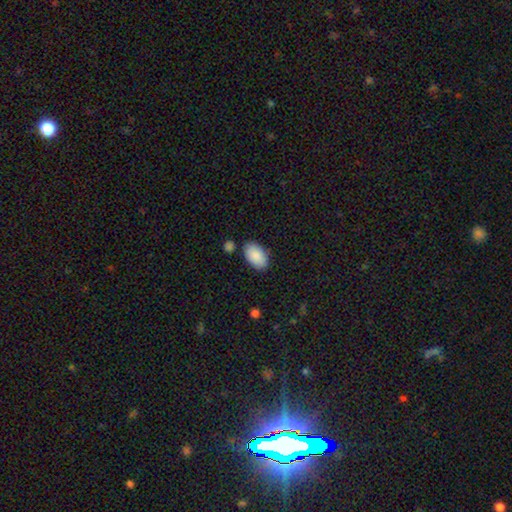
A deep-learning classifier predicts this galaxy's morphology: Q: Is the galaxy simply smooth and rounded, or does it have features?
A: smooth — 89%.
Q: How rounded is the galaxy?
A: in between — 94%.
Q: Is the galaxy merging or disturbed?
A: none — 82%.